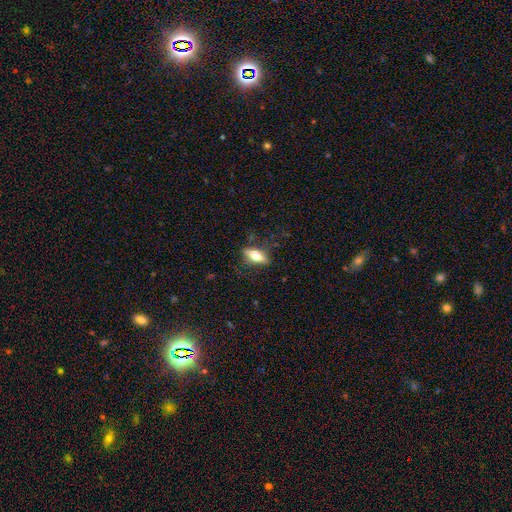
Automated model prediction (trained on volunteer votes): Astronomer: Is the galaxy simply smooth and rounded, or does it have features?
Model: smooth — 53% (runner-up: featured or disk, 40%).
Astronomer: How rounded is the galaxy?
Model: in between — 64%.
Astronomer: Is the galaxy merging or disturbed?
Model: none — 79%.